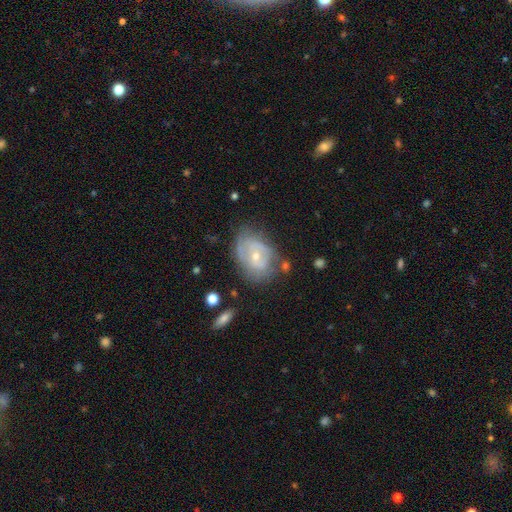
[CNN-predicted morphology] This appears to be a featured or disk galaxy (67%) with no bar (66%), spiral arms (67%) and a small central bulge (59%). Merging: none (55%).